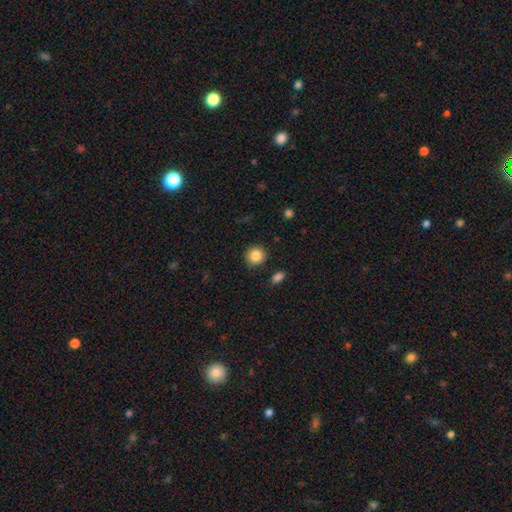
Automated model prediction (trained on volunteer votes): smooth_or_featured: smooth (p=0.85) [alt: star or artifact p=0.09]
how_rounded: round (p=0.91) [alt: in between p=0.08]
merging: none (p=0.89) [alt: minor disturbance p=0.07]